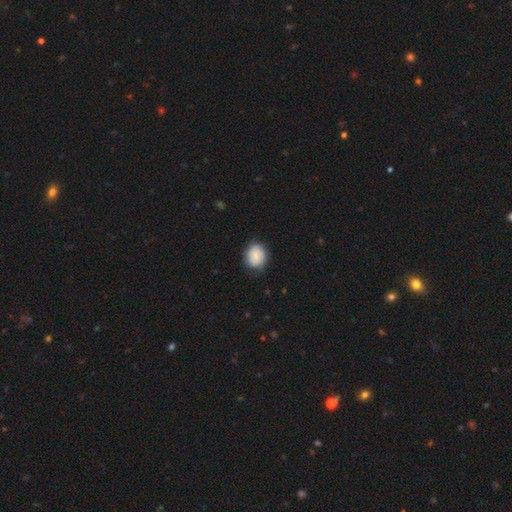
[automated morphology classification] This appears to be a smooth galaxy with no disk features (86%) that is round (64%). Merging: none (81%).